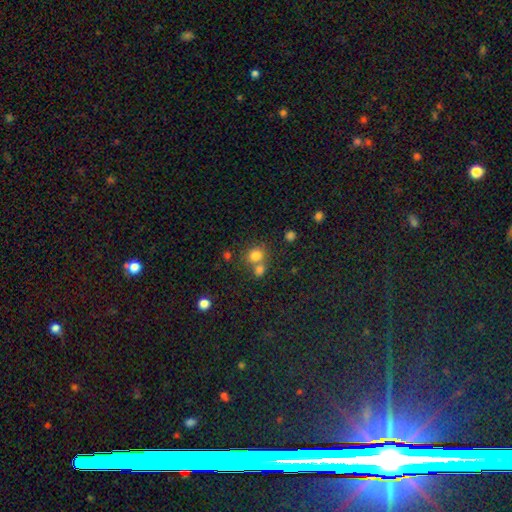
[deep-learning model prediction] This appears to be a smooth galaxy with no disk features (78%) that is round (75%). Merging: none (48%).